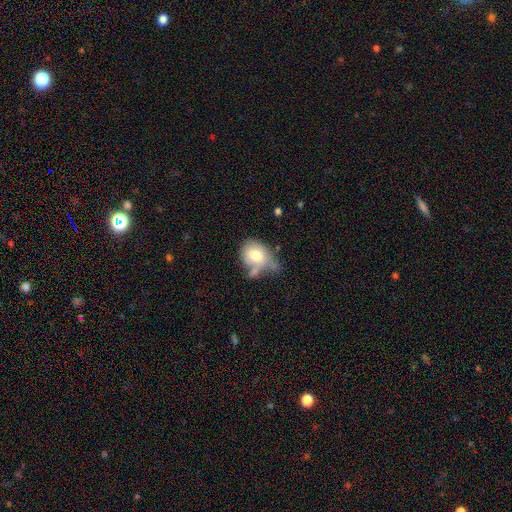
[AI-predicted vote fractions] Overall: smooth (71%). How rounded: in between (58%; round 40%). Merging: none (29%, tied with minor disturbance).